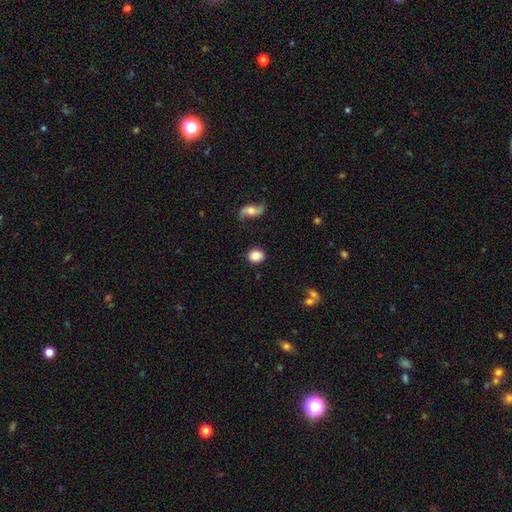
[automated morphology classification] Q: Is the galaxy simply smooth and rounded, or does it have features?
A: smooth — 84%.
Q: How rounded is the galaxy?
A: round — 72%.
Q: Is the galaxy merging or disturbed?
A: none — 83%.